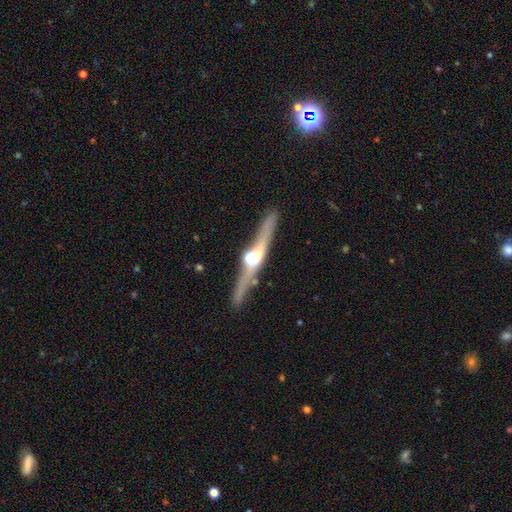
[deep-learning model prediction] Morphology: type=featured or disk (79%); edge-on=yes (95%); edge-on bulge=rounded (94%); merging=none (82%).